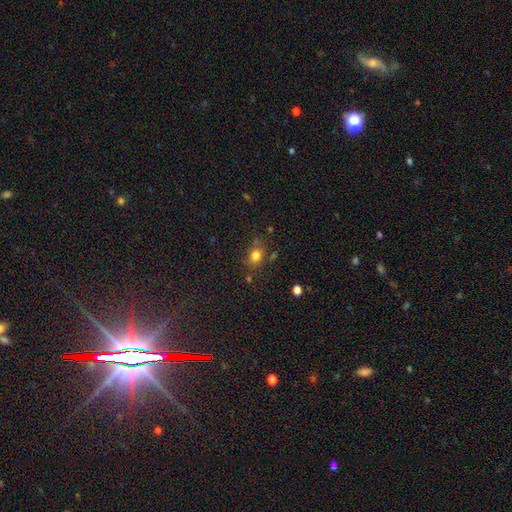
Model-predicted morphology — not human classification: This appears to be a smooth galaxy with no disk features (79%) that is in between round and cigar-shaped (52%). Merging: none (71%).